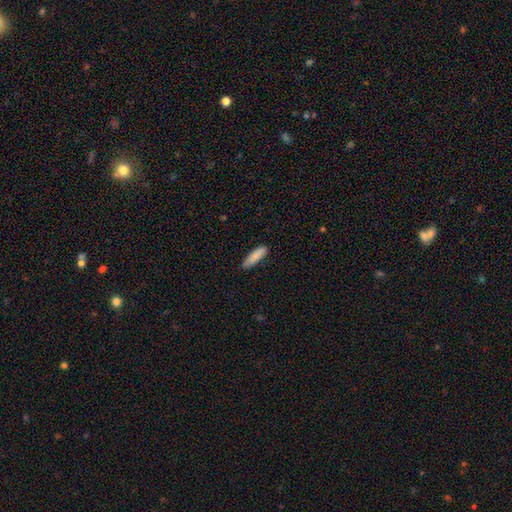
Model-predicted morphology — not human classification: This is clearly a smooth galaxy (87%). How rounded: likely cigar-shaped (65%). Merging: clearly none (86%).